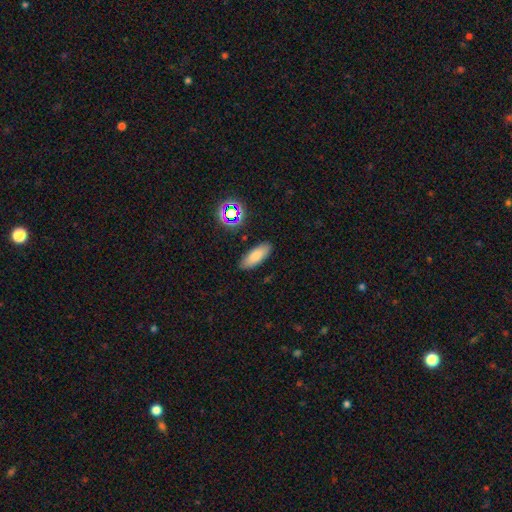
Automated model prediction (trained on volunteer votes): Smooth or featured? Predicted: smooth (p=0.79). How rounded? Predicted: in between (p=0.72). Merging? Predicted: none (p=0.87).